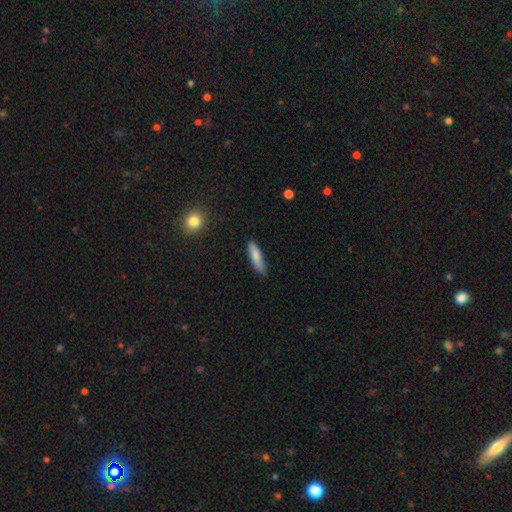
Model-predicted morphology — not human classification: smooth 80%, featured or disk 14%, star or artifact 6%. Down the decision tree: how rounded — cigar-shaped (74%); merging — none (77%).